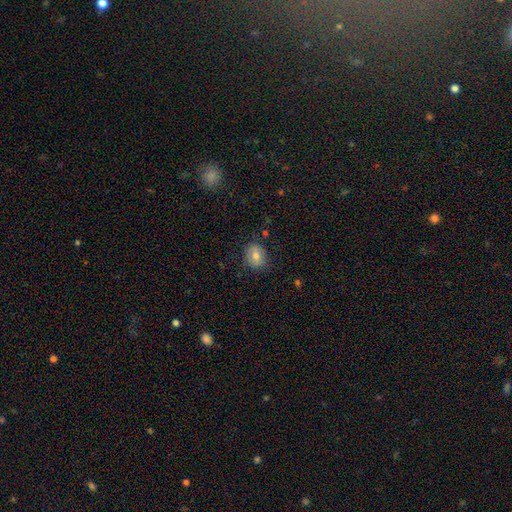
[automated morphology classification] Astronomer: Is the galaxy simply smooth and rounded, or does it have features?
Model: smooth — 74%.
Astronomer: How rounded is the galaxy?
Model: round — 55% (runner-up: in between, 44%).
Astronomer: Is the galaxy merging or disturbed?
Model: none — 81%.